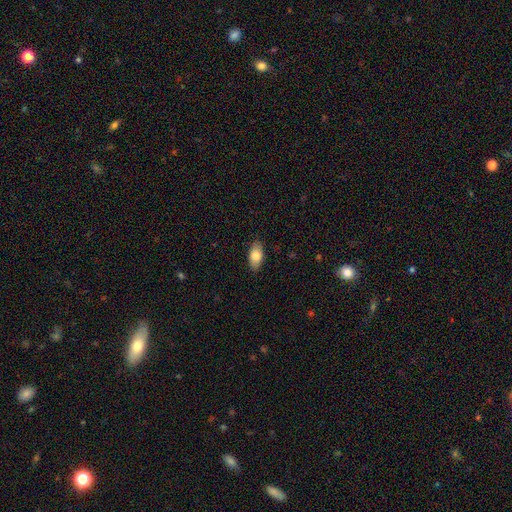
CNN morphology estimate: smooth-or-featured: smooth: 81% | featured or disk: 13% | star or artifact: 6%
  how-rounded: in between: 91% | cigar-shaped: 6% | round: 4%
  merging: none: 87% | minor disturbance: 10% | major disturbance: 2% | merger: 1%